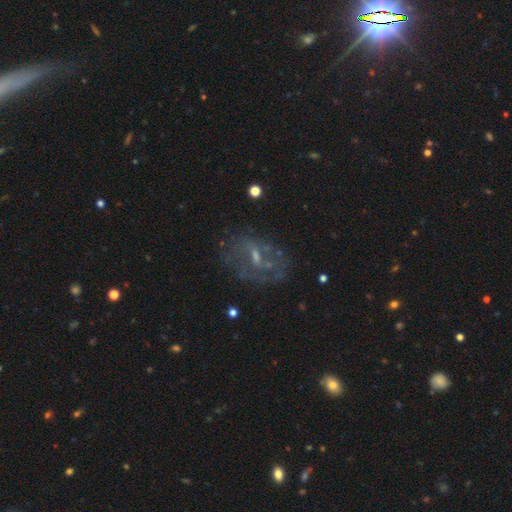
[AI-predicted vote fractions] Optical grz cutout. It shows a featured or disk galaxy (62%) with a weak bar (48%), spiral arms (67%) and a small central bulge (66%). Merging: none (71%).